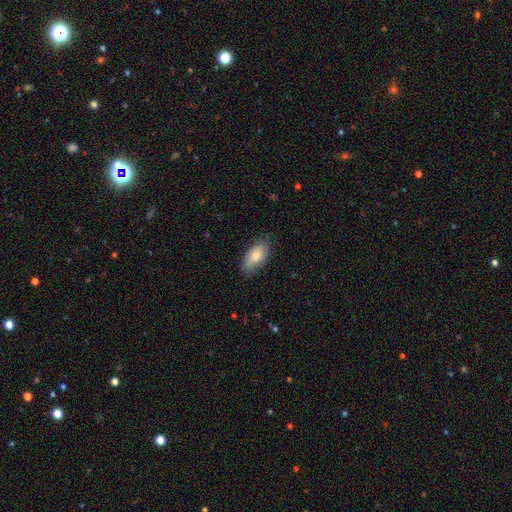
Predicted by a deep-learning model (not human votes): The model was most divided on "merging": none: 80%, minor disturbance: 16%, major disturbance: 3%, merger: 1%. More confident: how rounded — in between (90%); smooth or featured — smooth (82%).